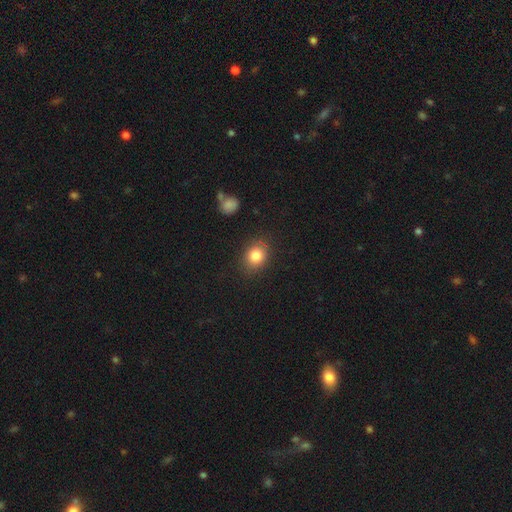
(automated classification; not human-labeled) The model was most divided on "how rounded": round: 55%, in between: 44%, cigar-shaped: 1%. More confident: smooth or featured — smooth (84%); merging — none (83%).